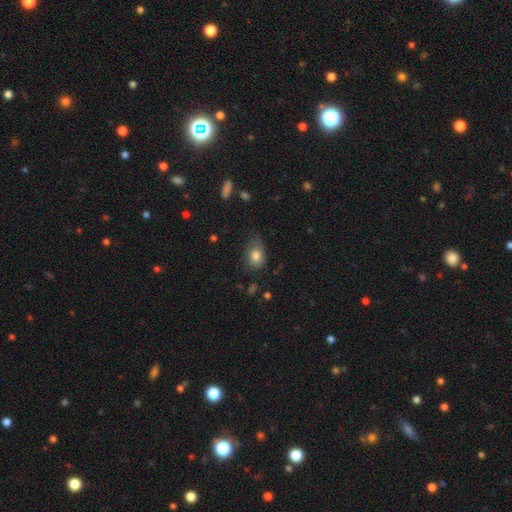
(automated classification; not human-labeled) This appears to be a smooth galaxy with no disk features (79%) that is in between round and cigar-shaped (74%). Merging: none (53%).